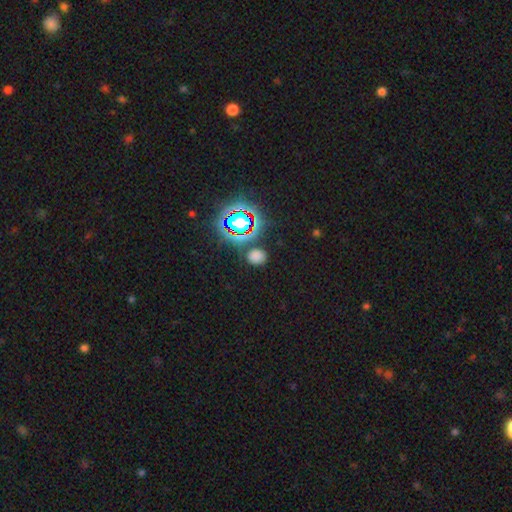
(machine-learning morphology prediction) This is likely a smooth galaxy (63%). How rounded: likely round (67%). Merging: clearly none (84%).